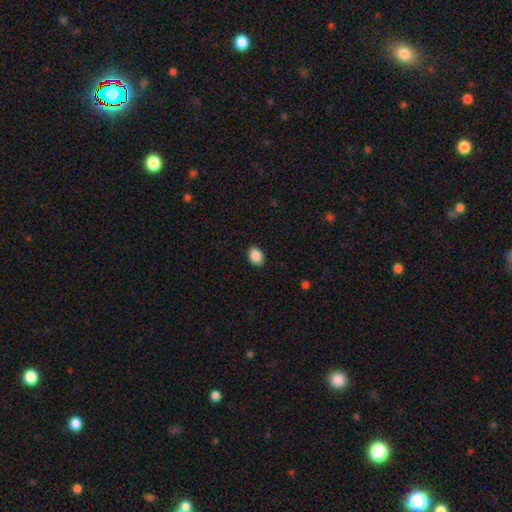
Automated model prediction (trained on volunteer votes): The model was most divided on "how rounded": in between: 65%, round: 34%, cigar-shaped: 1%. More confident: smooth or featured — smooth (88%); merging — none (88%).